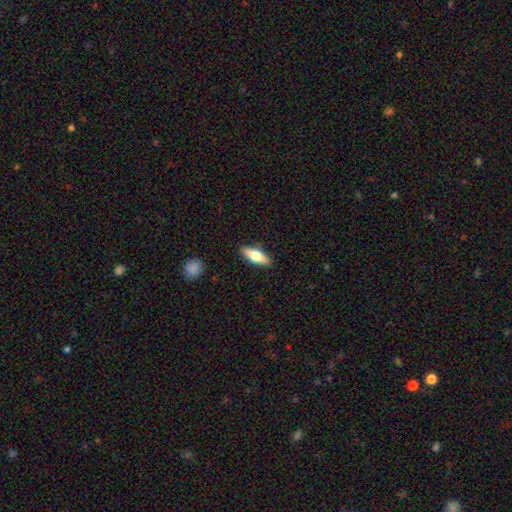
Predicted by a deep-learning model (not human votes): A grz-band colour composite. It shows a smooth galaxy with no disk features (56%) that is in between round and cigar-shaped (54%). Merging: none (89%).